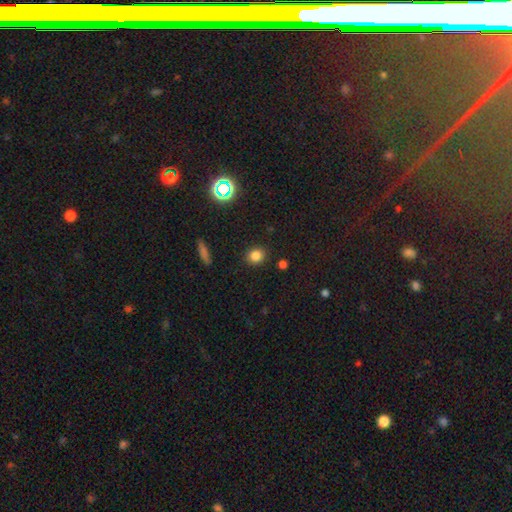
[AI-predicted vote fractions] smooth_or_featured: smooth (p=0.80) [alt: star or artifact p=0.15]
how_rounded: round (p=0.77) [alt: in between p=0.21]
merging: none (p=0.89) [alt: minor disturbance p=0.07]